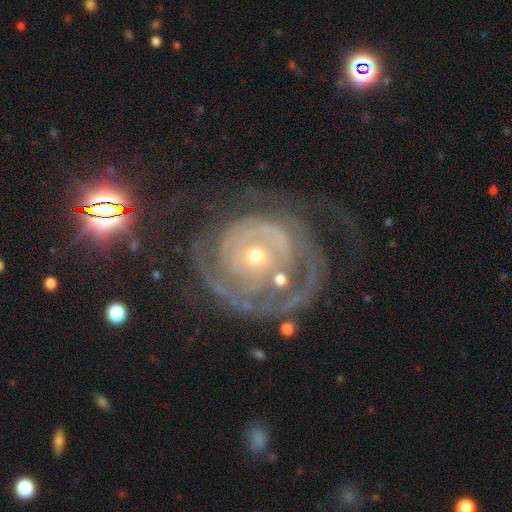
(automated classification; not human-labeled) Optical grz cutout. It shows a featured or disk galaxy (85%) with no bar (80%), tight (71%) spiral arms (87%) and a small central bulge (68%). Merging: none (49%).